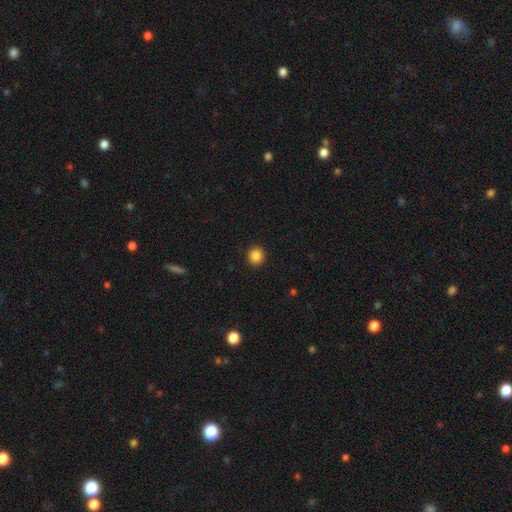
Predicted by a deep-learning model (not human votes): Overall: smooth (86%). How rounded: round (93%). Merging: none (93%).